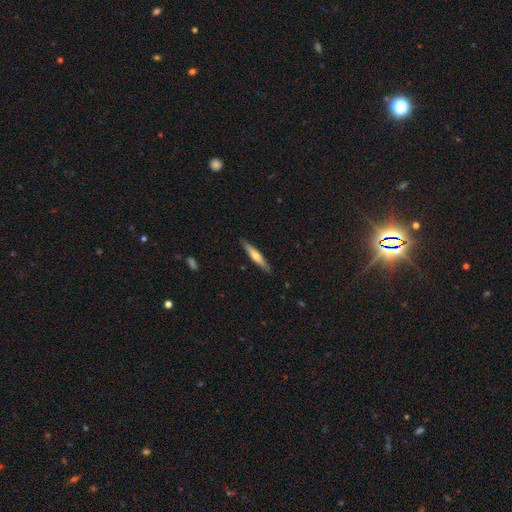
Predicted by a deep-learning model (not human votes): Morphology: type=smooth (51%); roundness=cigar-shaped (90%); merging=none (89%).